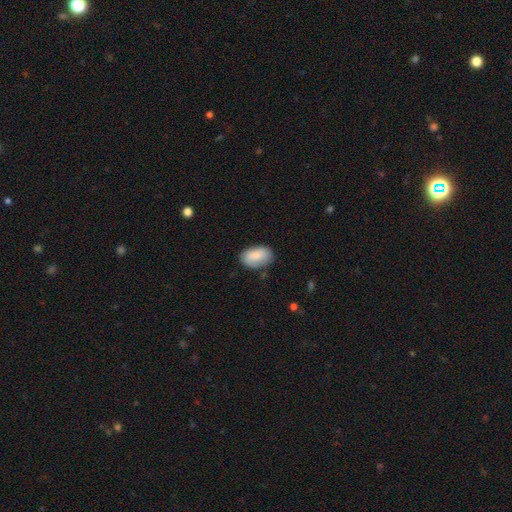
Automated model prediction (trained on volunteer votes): Smooth or featured?
  - smooth: 84% *
  - featured or disk: 9%
  - star or artifact: 6%
How rounded?
  - in between: 92% *
  - round: 6%
  - cigar-shaped: 1%
Merging?
  - none: 73% *
  - minor disturbance: 21%
  - major disturbance: 4%
  - merger: 2%